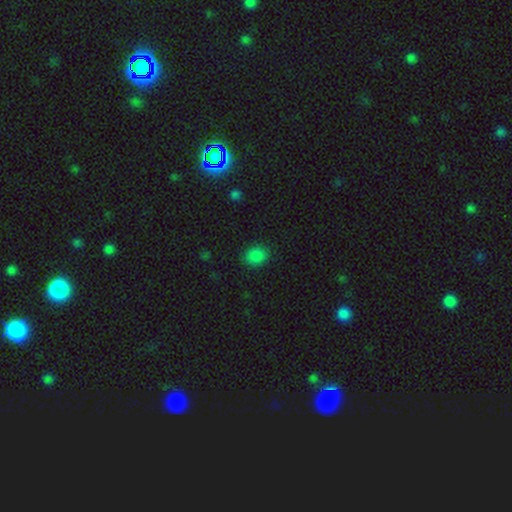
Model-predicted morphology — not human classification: This appears to be a smooth galaxy with no disk features (84%) that is in between round and cigar-shaped (52%). Merging: none (87%).